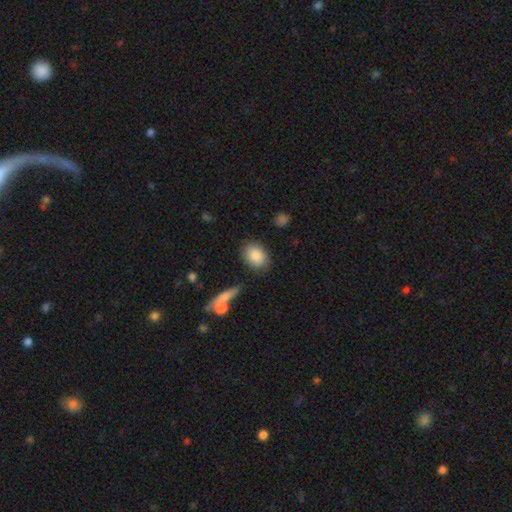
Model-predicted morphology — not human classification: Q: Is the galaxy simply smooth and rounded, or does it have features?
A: smooth — 87%.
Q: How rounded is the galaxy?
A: in between — 73%.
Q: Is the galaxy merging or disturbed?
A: none — 81%.